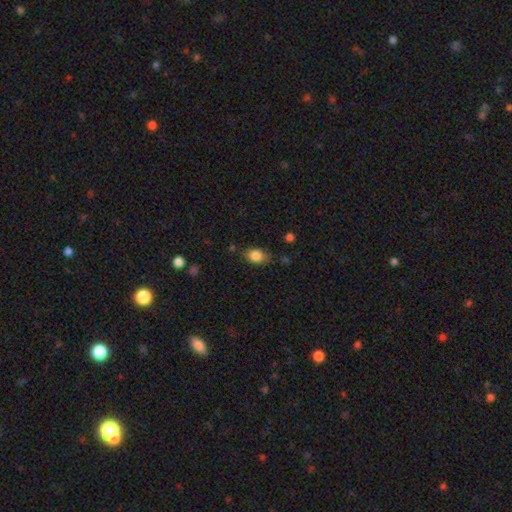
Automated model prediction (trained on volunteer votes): A smooth galaxy with no disk features (85%) that is in between round and cigar-shaped (82%). Merging: none (73%).